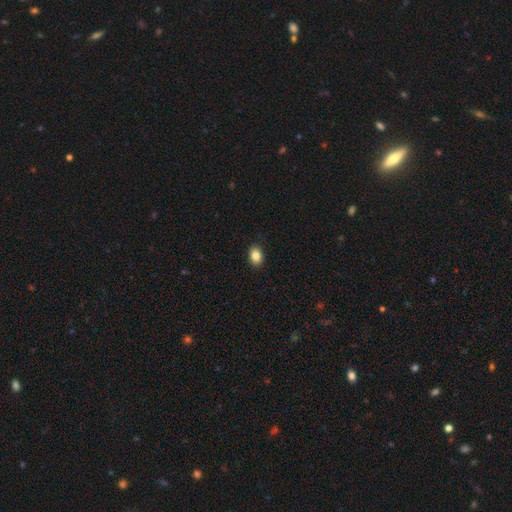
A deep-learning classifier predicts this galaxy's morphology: Overall: smooth (86%). How rounded: in between (74%). Merging: none (89%).